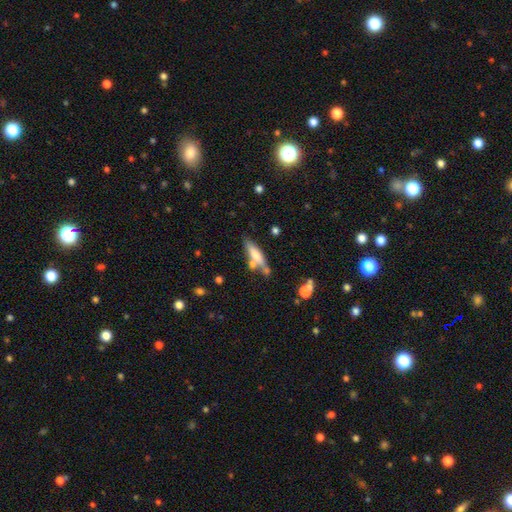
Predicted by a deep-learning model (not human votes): Q: Smooth or featured?
A: smooth (59%); runner-up: featured or disk (34%)
Q: How rounded?
A: cigar-shaped (69%); runner-up: in between (29%)
Q: Merging?
A: none (55%); runner-up: merger (21%)